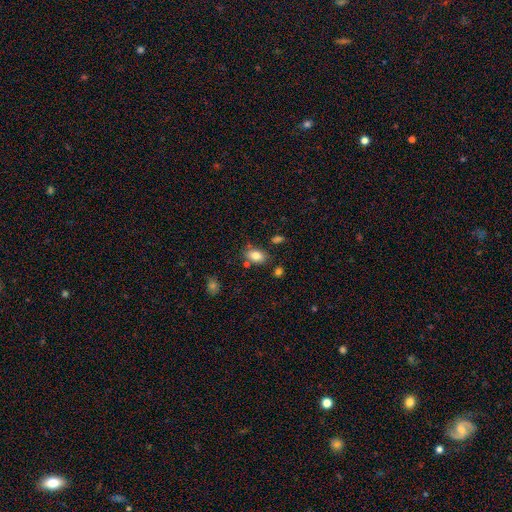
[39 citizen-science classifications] Morphology: type=smooth (92%); roundness=in between (86%); merging=none (87%).